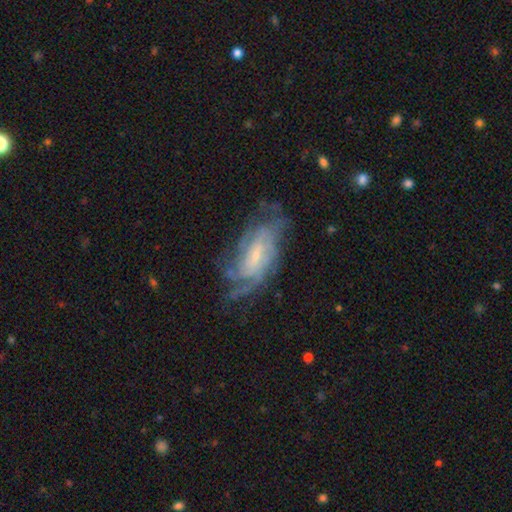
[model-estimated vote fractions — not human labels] featured or disk 82%, smooth 11%, star or artifact 7%. Down the decision tree: edge-on disk — no (94%); bar — no (48%); spiral arms — yes (93%); spiral arm count — can't tell (36%); spiral winding — tight (50%); bulge size — small (71%); merging — none (61%).